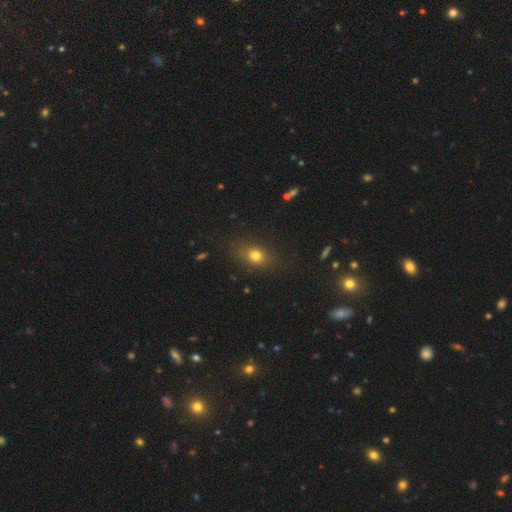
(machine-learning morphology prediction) Smooth or featured? Predicted: smooth (p=0.74). How rounded? Predicted: in between (p=0.56). Merging? Predicted: none (p=0.79).